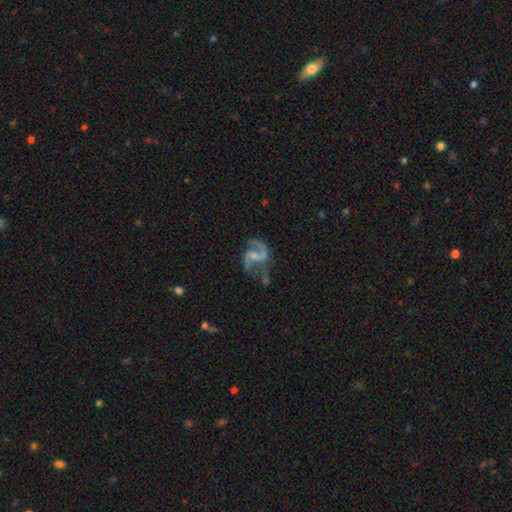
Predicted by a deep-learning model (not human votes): The model was most divided on "spiral winding": loose: 47%, medium: 45%, tight: 8%. Remaining: edge-on disk — no (98%); spiral arms — yes (96%); spiral arm count — 2 (90%); smooth or featured — featured or disk (88%); merging — none (56%); bar — weak (51%); bulge size — small (48%).